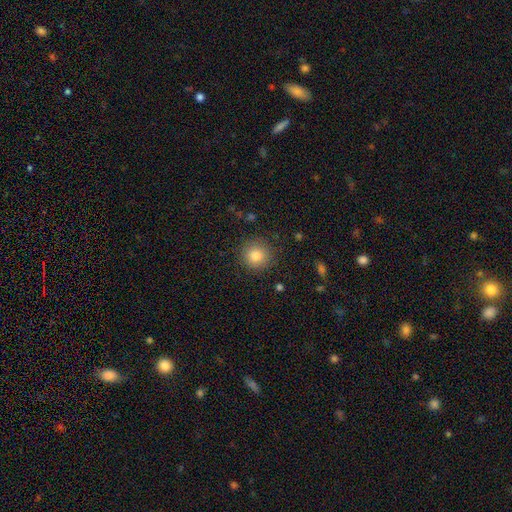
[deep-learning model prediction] The model was most divided on "smooth or featured": smooth: 83%, star or artifact: 10%, featured or disk: 6%. More confident: how rounded — round (93%); merging — none (88%).